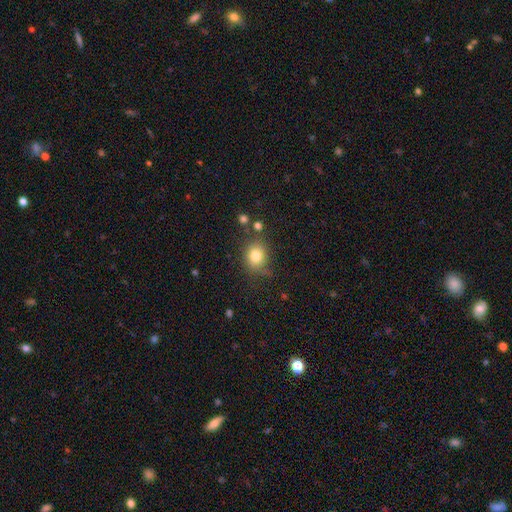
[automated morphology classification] A smooth galaxy with no disk features (81%) that is round (65%). Merging: none (69%).